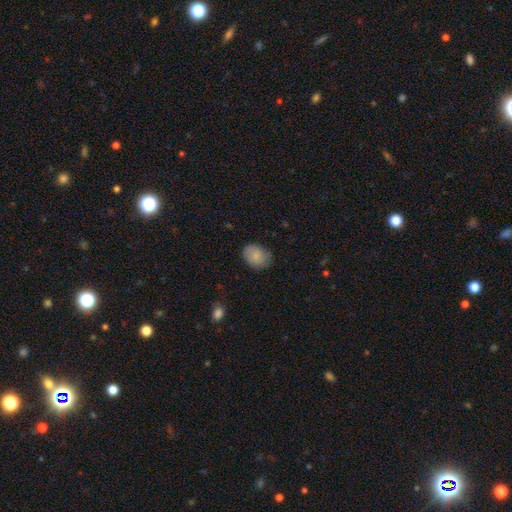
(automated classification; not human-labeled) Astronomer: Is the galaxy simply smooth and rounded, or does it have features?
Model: smooth — 85%.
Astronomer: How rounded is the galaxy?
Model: in between — 63%.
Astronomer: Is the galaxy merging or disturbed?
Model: none — 77%.